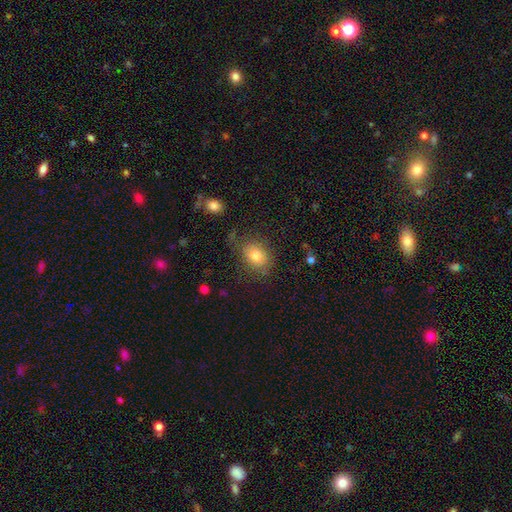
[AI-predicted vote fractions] A smooth galaxy with no disk features (81%) that is in between round and cigar-shaped (62%).

Vote fractions:
- Smooth or featured? smooth: 81% / star or artifact: 10% / featured or disk: 9%
- How rounded? in between: 62% / round: 37% / cigar-shaped: 1%
- Merging? none: 73% / minor disturbance: 18% / major disturbance: 7% / merger: 3%